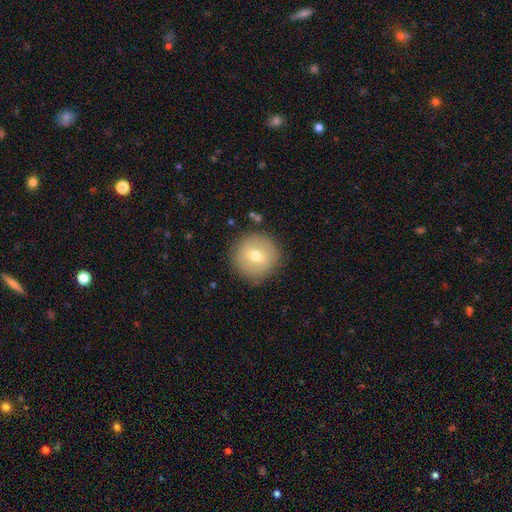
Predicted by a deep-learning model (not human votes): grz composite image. It shows a smooth galaxy with no disk features (62%) that is round (95%). Merging: none (86%).